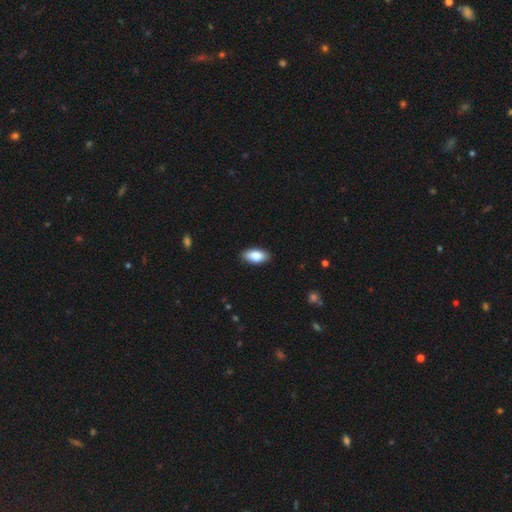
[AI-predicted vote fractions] Smooth or featured? smooth (88%)
How rounded? in between (92%)
Merging? none (87%)